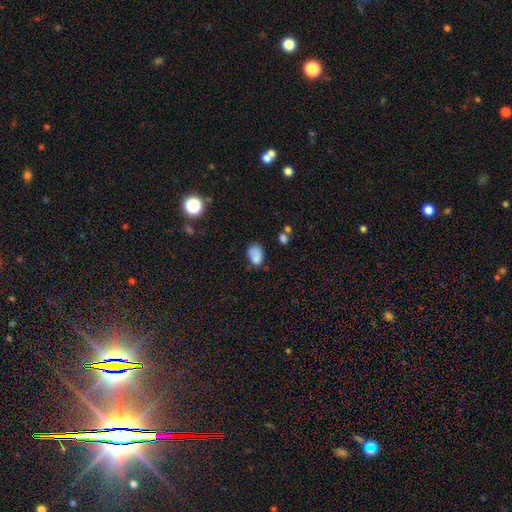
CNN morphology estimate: Smooth or featured? Predicted: smooth (p=0.80). How rounded? Predicted: in between (p=0.76). Merging? Predicted: none (p=0.49).